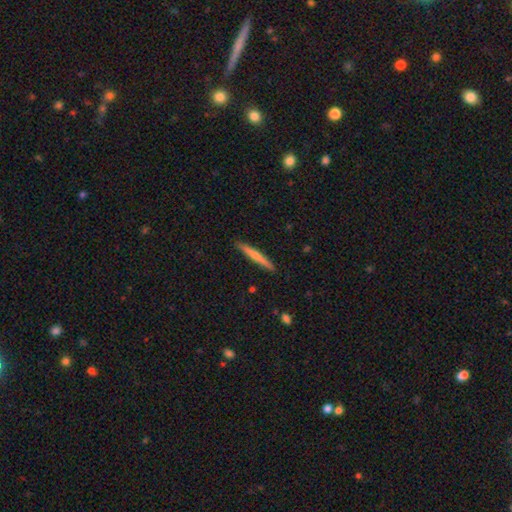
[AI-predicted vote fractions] smooth 59%, featured or disk 35%, star or artifact 6%. Down the decision tree: how rounded — cigar-shaped (96%); merging — none (91%).